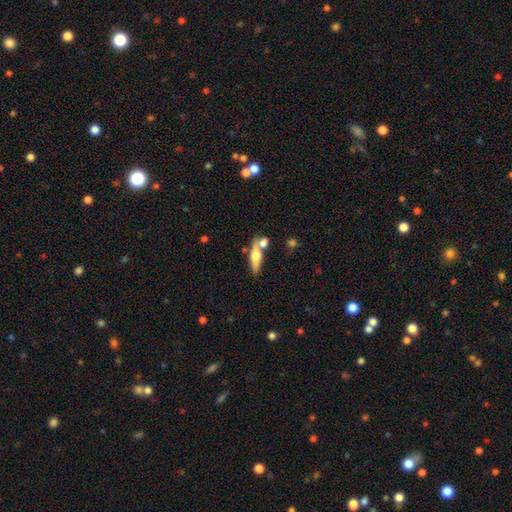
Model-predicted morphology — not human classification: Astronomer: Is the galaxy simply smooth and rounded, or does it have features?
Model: smooth — 52% (runner-up: featured or disk, 41%).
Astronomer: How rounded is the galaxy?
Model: cigar-shaped — 59% (runner-up: in between, 37%).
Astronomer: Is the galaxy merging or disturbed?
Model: none — 55%.